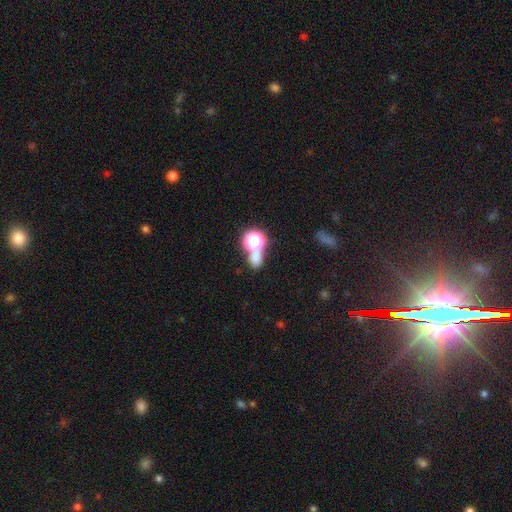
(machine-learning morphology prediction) Smooth or featured?
  - smooth: 59% *
  - star or artifact: 32%
  - featured or disk: 9%
How rounded?
  - round: 61% *
  - in between: 37%
  - cigar-shaped: 2%
Merging?
  - none: 47% *
  - merger: 38%
  - minor disturbance: 9%
  - major disturbance: 6%